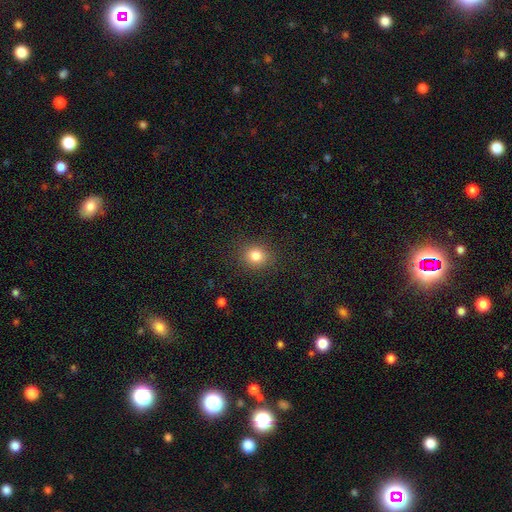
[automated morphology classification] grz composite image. It shows a smooth galaxy with no disk features (82%) that is round (75%). Merging: none (89%).